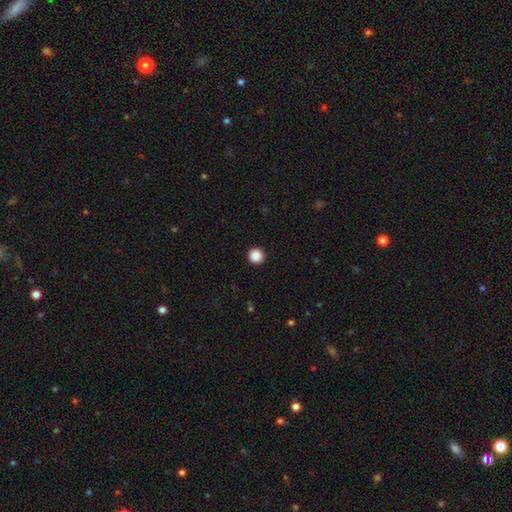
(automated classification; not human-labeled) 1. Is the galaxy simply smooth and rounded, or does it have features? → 89% smooth, 9% star or artifact, 2% featured or disk.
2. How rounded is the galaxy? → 96% round, 3% in between, 1% cigar-shaped.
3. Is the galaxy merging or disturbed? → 94% none, 4% minor disturbance, 1% major disturbance, 1% merger.